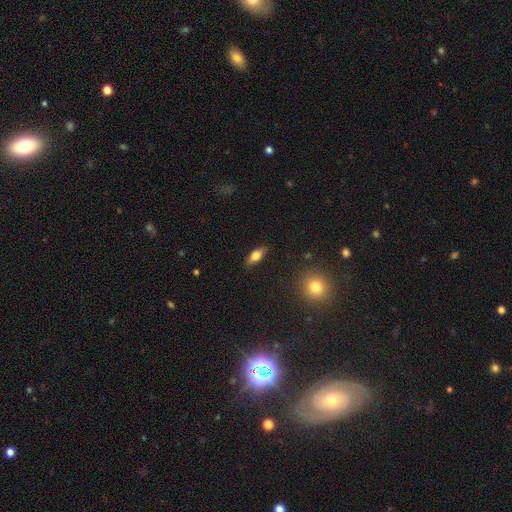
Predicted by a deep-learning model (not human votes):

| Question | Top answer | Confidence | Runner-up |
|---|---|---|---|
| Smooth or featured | smooth | 69% | featured or disk (24%) |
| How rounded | in between | 76% | cigar-shaped (20%) |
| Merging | none | 86% | minor disturbance (10%) |